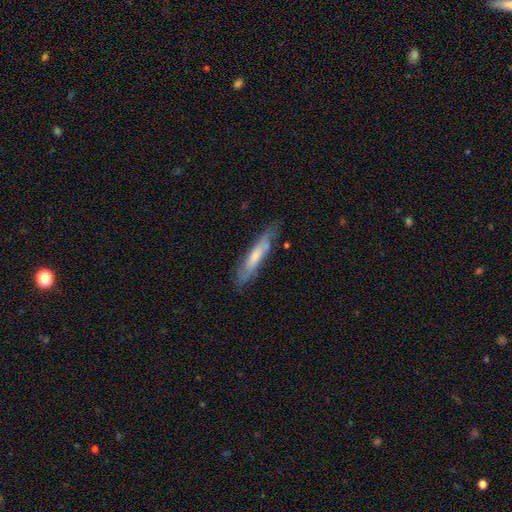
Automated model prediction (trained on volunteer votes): This appears to be a smooth galaxy with no disk features (53%) that is cigar-shaped (86%). Merging: none (75%).